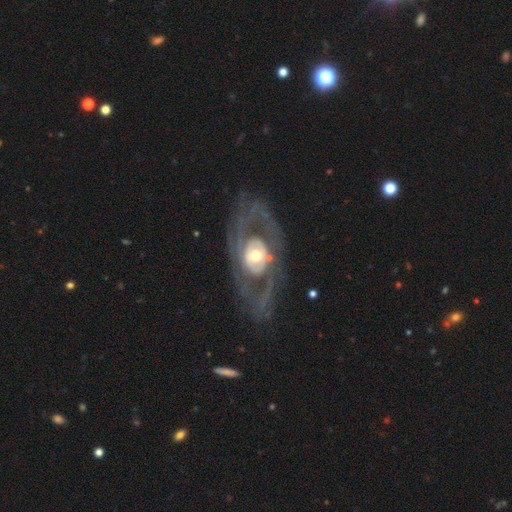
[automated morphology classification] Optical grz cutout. It shows a featured or disk galaxy (82%) with no bar (74%), spiral arms (59%) and a moderate central bulge (67%). Merging: none (68%).